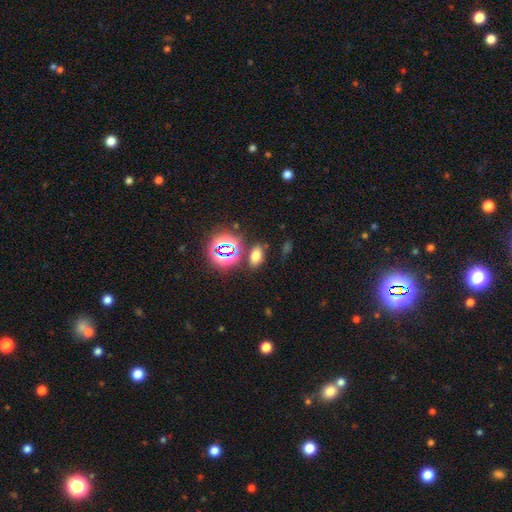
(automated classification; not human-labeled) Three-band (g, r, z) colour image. It shows a smooth galaxy with no disk features (66%) that is in between round and cigar-shaped (85%). Merging: none (78%).